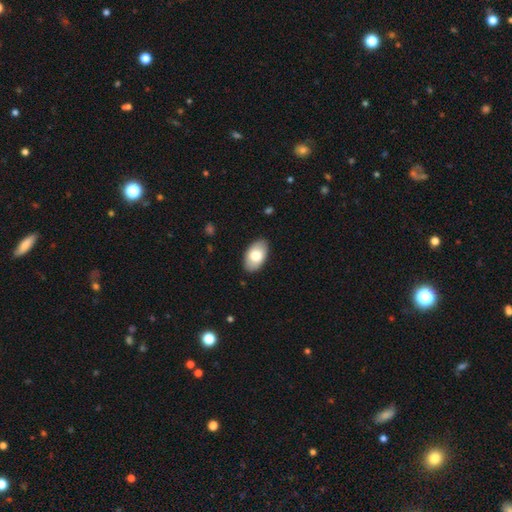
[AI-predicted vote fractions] smooth-or-featured: smooth: 76% | featured or disk: 18% | star or artifact: 6%
  how-rounded: in between: 95% | round: 4% | cigar-shaped: 1%
  merging: none: 87% | minor disturbance: 10% | major disturbance: 2% | merger: 1%